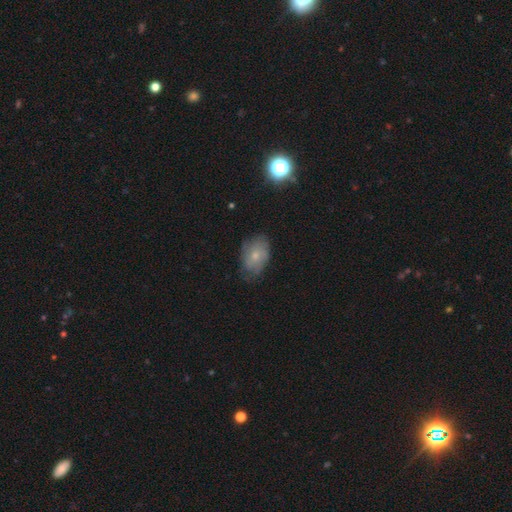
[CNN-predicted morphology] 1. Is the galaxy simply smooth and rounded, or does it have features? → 58% smooth, 32% featured or disk, 9% star or artifact.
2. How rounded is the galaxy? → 81% in between, 17% round, 1% cigar-shaped.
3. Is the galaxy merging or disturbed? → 64% none, 27% minor disturbance, 8% major disturbance, 1% merger.